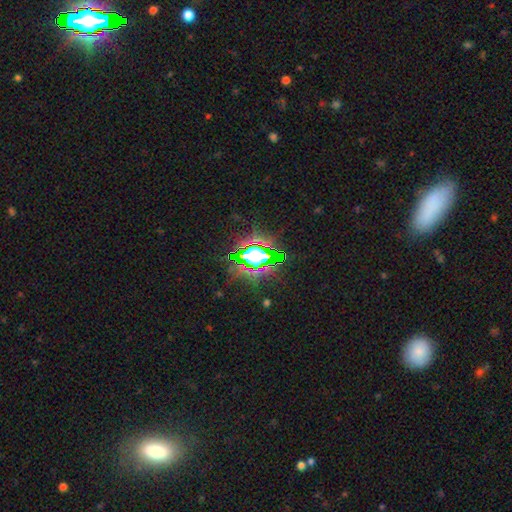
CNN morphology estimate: Smooth or featured: star or artifact — 71% (smooth — 17%)